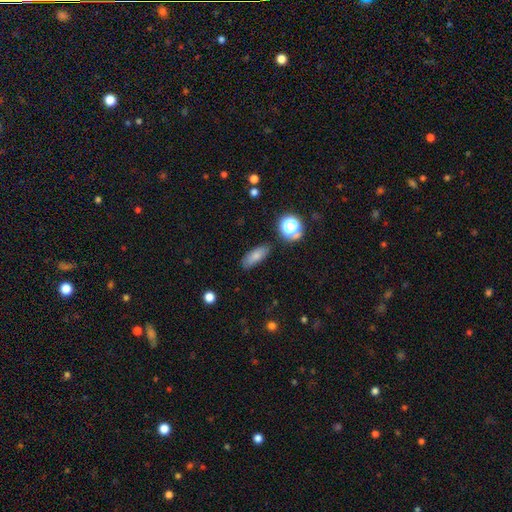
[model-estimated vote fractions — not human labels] A smooth galaxy with no disk features (76%) that is in between round and cigar-shaped (73%). Merging: none (81%).